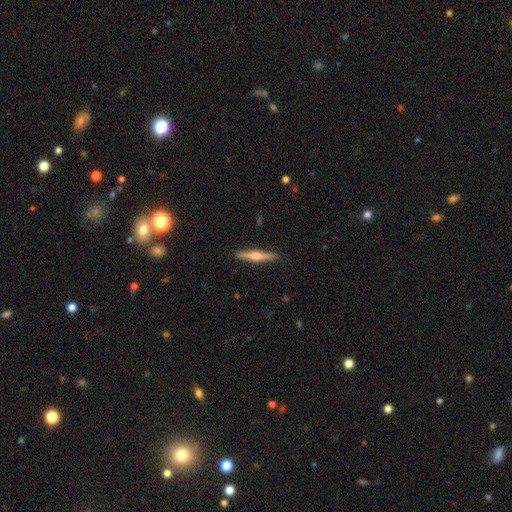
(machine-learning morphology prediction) Smooth or featured?
  - featured or disk: 58% *
  - smooth: 36%
  - star or artifact: 6%
Edge-on disk?
  - yes: 97% *
  - no: 3%
Edge-on bulge?
  - rounded: 88% *
  - none: 7%
  - boxy: 5%
Merging?
  - none: 90% *
  - minor disturbance: 7%
  - major disturbance: 1%
  - merger: 1%